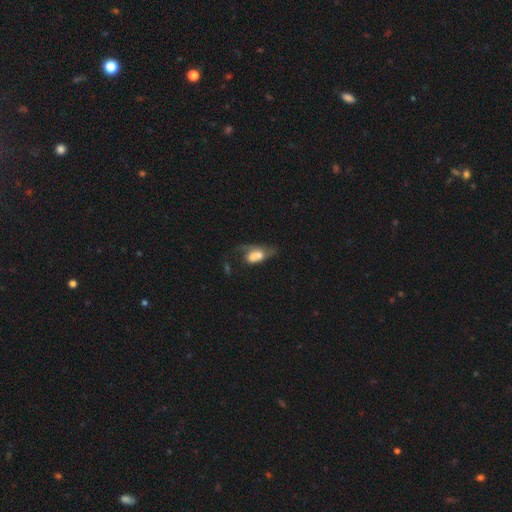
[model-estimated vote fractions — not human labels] Morphology: type=smooth (56%); roundness=in between (83%); merging=major disturbance (40%).